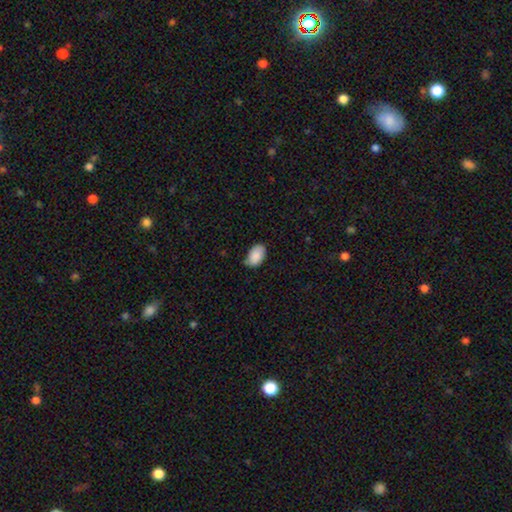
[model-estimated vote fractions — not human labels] This is clearly a smooth galaxy (88%). How rounded: clearly in between (91%). Merging: likely none (66%).